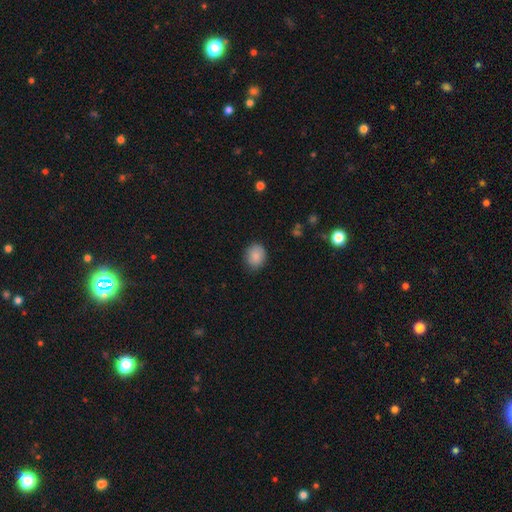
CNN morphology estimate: Overall: smooth (86%). How rounded: round (64%; in between 35%). Merging: none (81%).